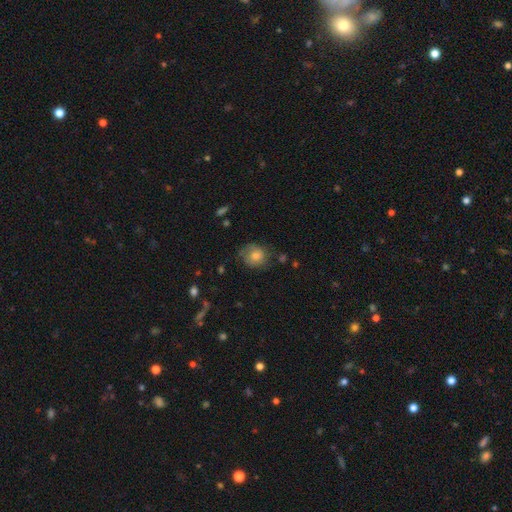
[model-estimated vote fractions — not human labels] This is likely a smooth galaxy (67%). How rounded: likely round (68%). Merging: likely none (64%).